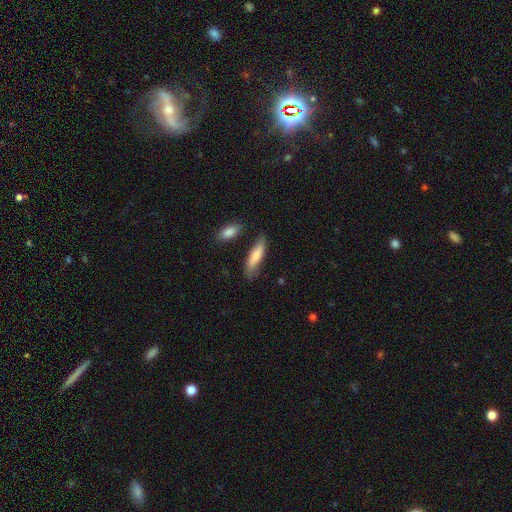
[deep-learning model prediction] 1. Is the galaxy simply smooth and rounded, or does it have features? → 77% smooth, 17% featured or disk, 6% star or artifact.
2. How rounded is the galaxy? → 66% cigar-shaped, 32% in between, 2% round.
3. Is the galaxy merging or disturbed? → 71% none, 20% minor disturbance, 5% merger, 4% major disturbance.